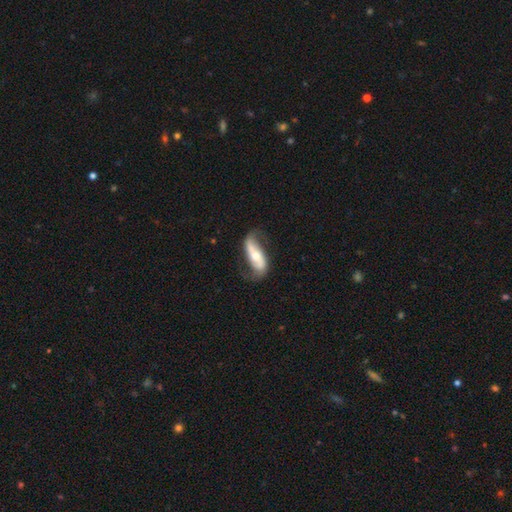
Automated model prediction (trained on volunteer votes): This is likely a featured or disk galaxy (74%). It is clearly not viewed edge-on (88%). Bar: marginally strong (40%). Spiral arm pattern: clearly yes (88%). Spiral arm count: clearly 2 (88%). Spiral winding: likely loose (69%). Central bulge: possibly moderate (55%). Merging: likely none (64%).